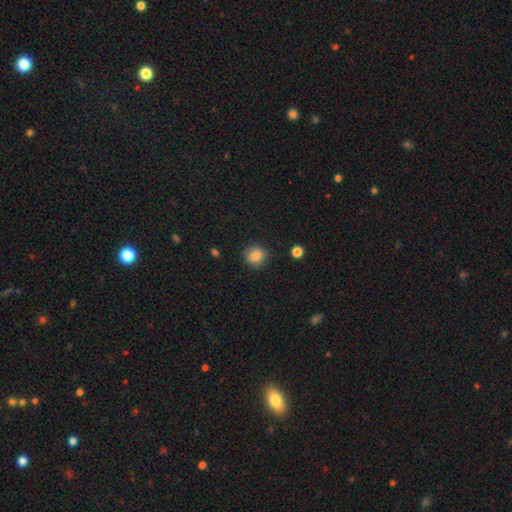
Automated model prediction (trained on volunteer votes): smooth 83%, star or artifact 10%, featured or disk 6%. Down the decision tree: how rounded — round (87%); merging — none (87%).